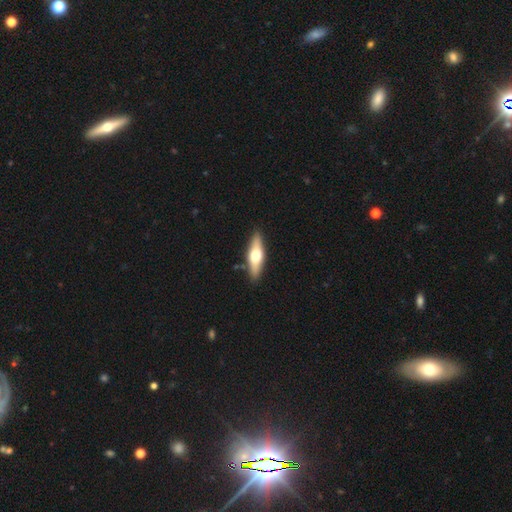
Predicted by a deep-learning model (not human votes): smooth-or-featured: featured or disk: 49% | smooth: 45% | star or artifact: 5%
  merging: none: 88% | minor disturbance: 9% | major disturbance: 2% | merger: 2%